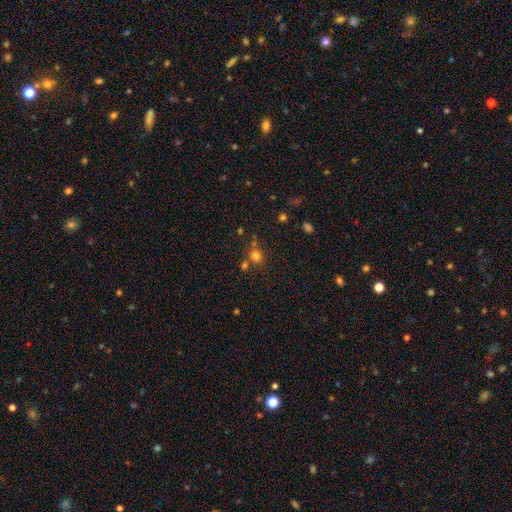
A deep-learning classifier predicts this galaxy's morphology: type=smooth (75%); roundness=round (83%); merging=none (63%).